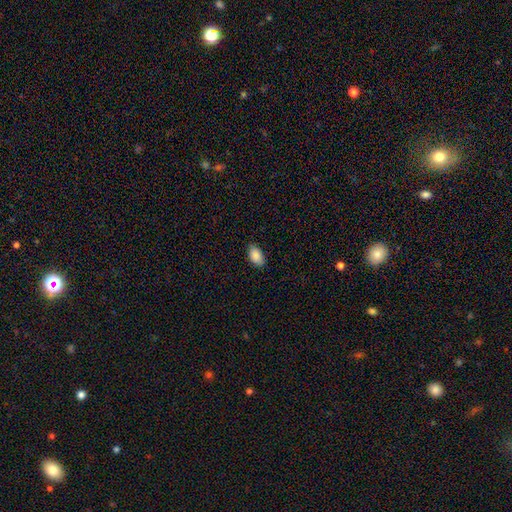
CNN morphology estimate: This appears to be a smooth galaxy with no disk features (88%) that is in between round and cigar-shaped (94%). Merging: none (86%).